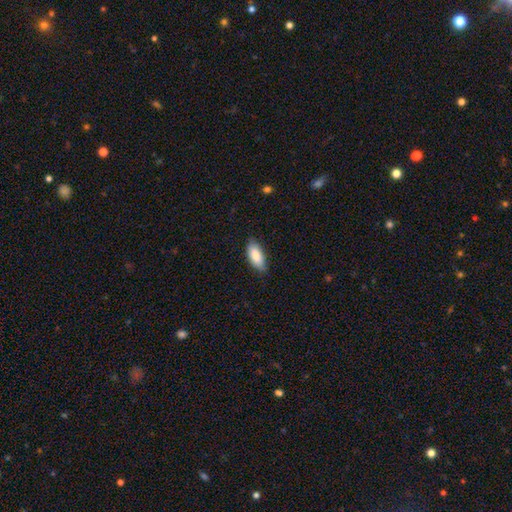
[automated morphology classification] smooth-or-featured: smooth: 84% | featured or disk: 10% | star or artifact: 6%
  how-rounded: in between: 87% | cigar-shaped: 11% | round: 2%
  merging: none: 80% | minor disturbance: 17% | major disturbance: 2% | merger: 1%